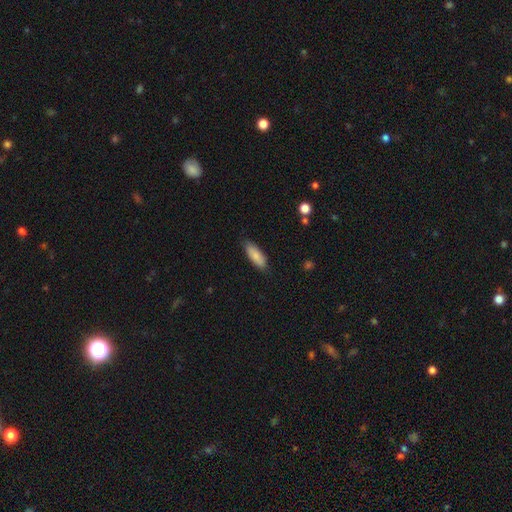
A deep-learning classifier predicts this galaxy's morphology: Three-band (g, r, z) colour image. It shows a smooth galaxy with no disk features (82%) that is in between round and cigar-shaped (69%). Merging: none (81%).